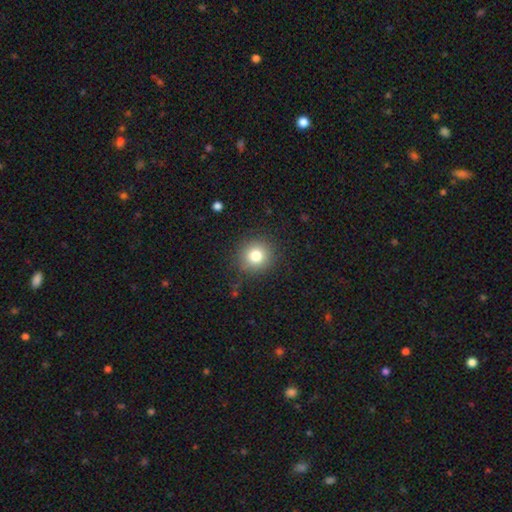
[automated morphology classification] A smooth galaxy with no disk features (79%) that is round (92%). Merging: none (88%).